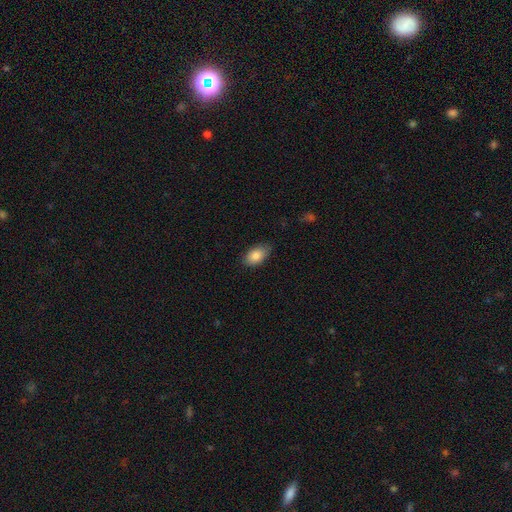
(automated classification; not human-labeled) Q: Smooth or featured?
A: smooth (86%); runner-up: featured or disk (7%)
Q: How rounded?
A: in between (92%); runner-up: round (6%)
Q: Merging?
A: none (79%); runner-up: minor disturbance (17%)